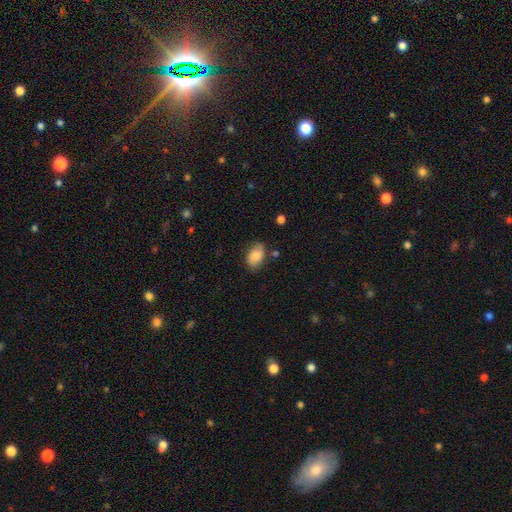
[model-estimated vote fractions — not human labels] A smooth galaxy with no disk features (83%) that is in between round and cigar-shaped (90%).

Vote fractions:
- Smooth or featured? smooth: 83% / featured or disk: 10% / star or artifact: 7%
- How rounded? in between: 90% / round: 9% / cigar-shaped: 1%
- Merging? none: 76% / minor disturbance: 18% / major disturbance: 4% / merger: 3%